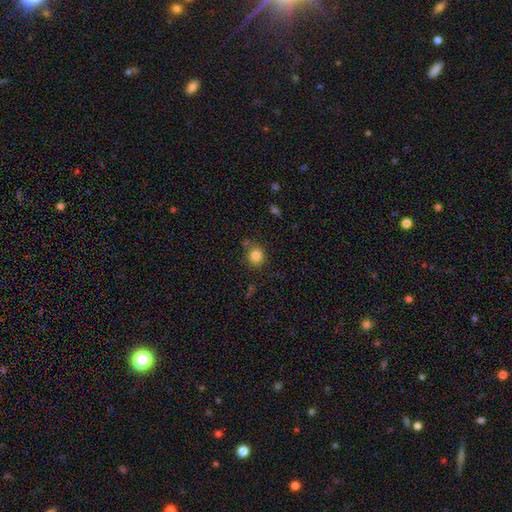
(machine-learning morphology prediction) A smooth galaxy with no disk features (83%) that is round (82%).

Vote fractions:
- Smooth or featured? smooth: 83% / star or artifact: 11% / featured or disk: 6%
- How rounded? round: 82% / in between: 17% / cigar-shaped: 1%
- Merging? none: 79% / minor disturbance: 12% / merger: 6% / major disturbance: 3%